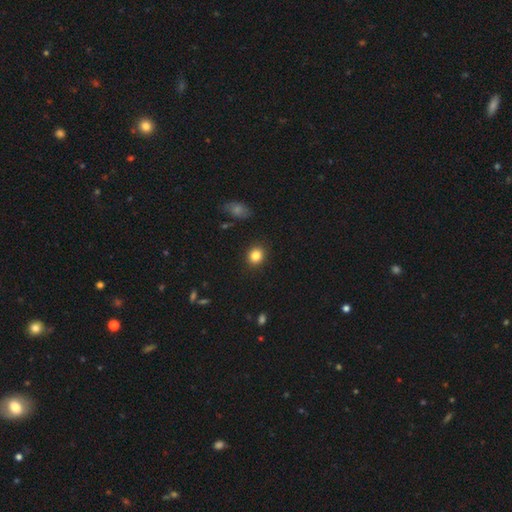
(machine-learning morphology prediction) Smooth or featured: smooth — 84% (star or artifact — 11%)
How rounded: round — 76% (in between — 23%)
Merging: none — 90% (minor disturbance — 7%)